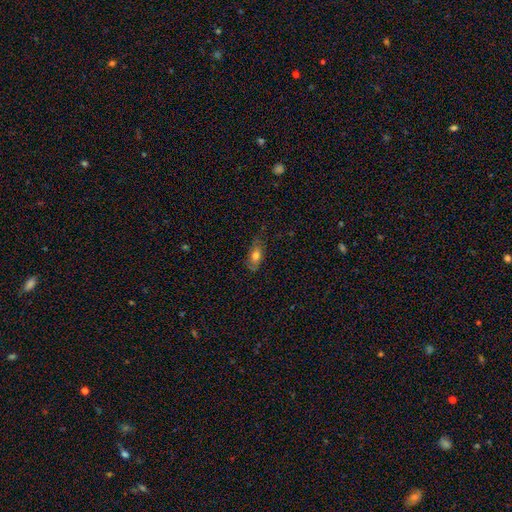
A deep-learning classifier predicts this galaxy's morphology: smooth_or_featured: smooth (p=0.67) [alt: featured or disk p=0.24]
how_rounded: in between (p=0.83) [alt: cigar-shaped p=0.12]
merging: none (p=0.62) [alt: minor disturbance p=0.28]